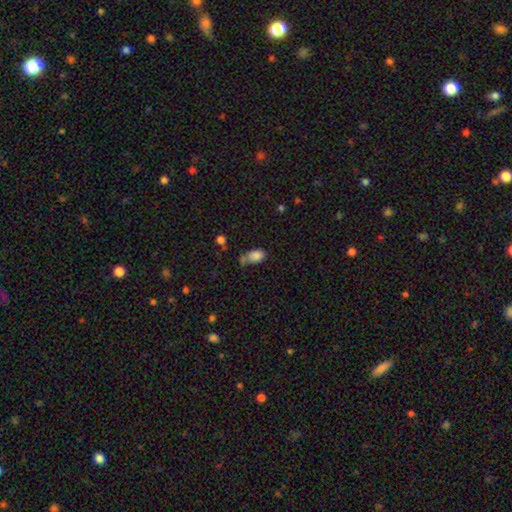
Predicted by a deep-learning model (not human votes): smooth 84%, star or artifact 10%, featured or disk 7%. Down the decision tree: how rounded — in between (89%); merging — none (43%).